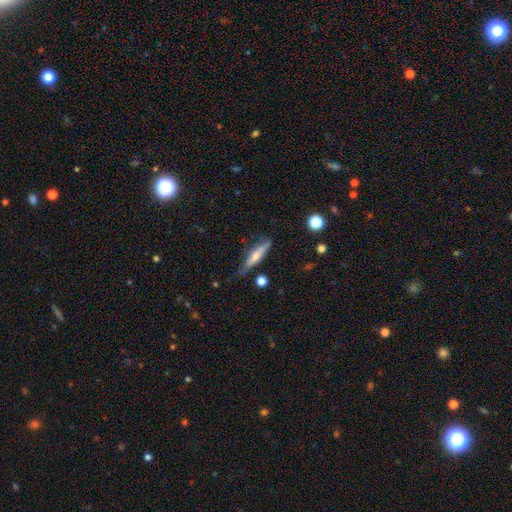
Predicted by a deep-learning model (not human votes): This appears to be a smooth galaxy with no disk features (57%) that is cigar-shaped (84%). Merging: none (61%).